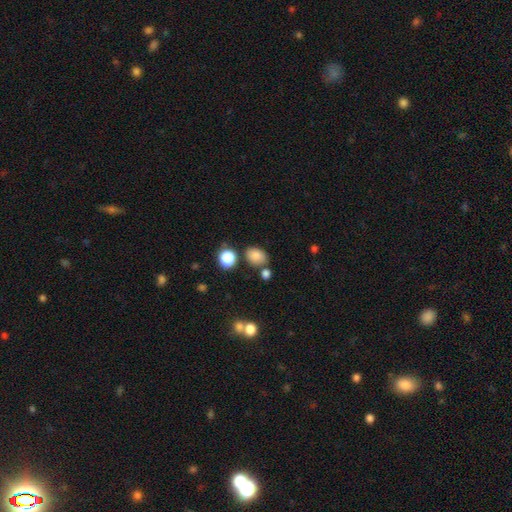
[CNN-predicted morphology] This appears to be a smooth galaxy with no disk features (83%) that is in between round and cigar-shaped (67%). Merging: none (71%).